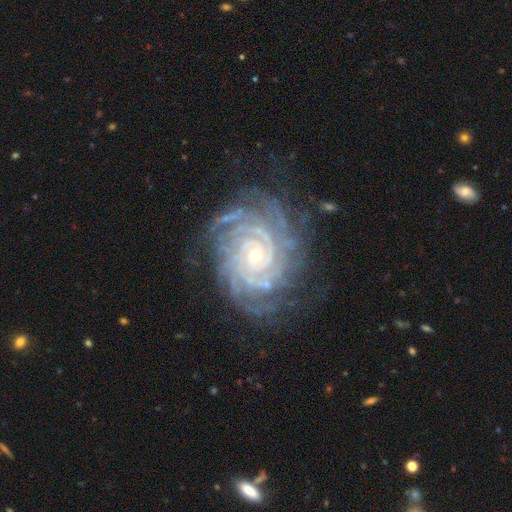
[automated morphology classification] Smooth or featured? featured or disk (91%)
Edge-on disk? no (97%)
Bar? no (74%)
Spiral arms? yes (98%)
Spiral winding? tight (85%)
Spiral arm count? more than 4 (26%)
Bulge size? small (72%)
Merging? none (73%)